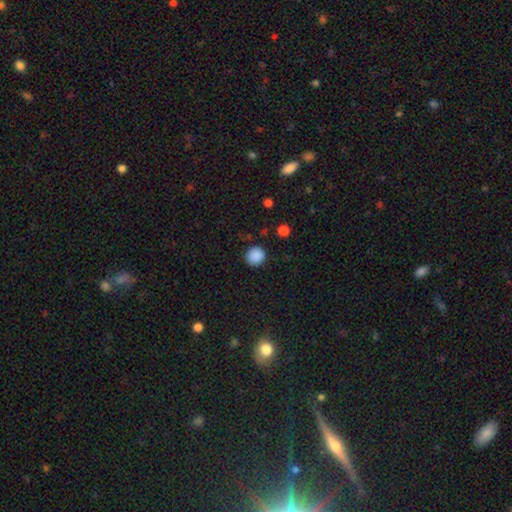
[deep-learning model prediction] Smooth or featured?
  - smooth: 88% *
  - star or artifact: 10%
  - featured or disk: 3%
How rounded?
  - round: 90% *
  - in between: 9%
  - cigar-shaped: 1%
Merging?
  - none: 89% *
  - minor disturbance: 8%
  - major disturbance: 2%
  - merger: 1%